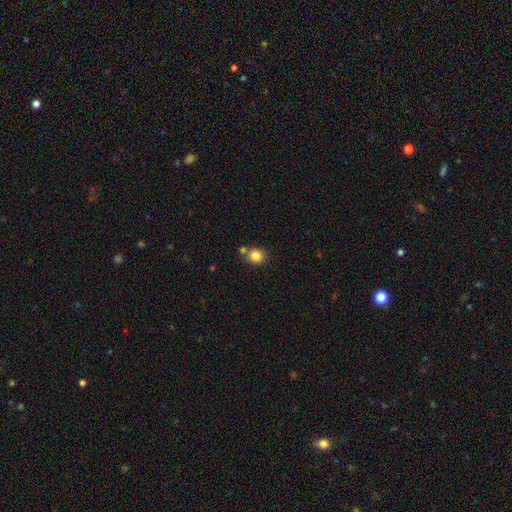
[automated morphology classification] A smooth galaxy with no disk features (84%) that is round (79%). Merging: none (70%).